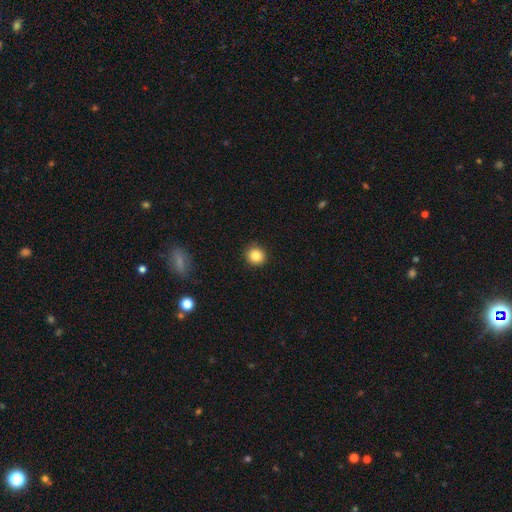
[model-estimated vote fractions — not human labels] Smooth or featured: smooth — 86% (star or artifact — 10%)
How rounded: round — 90% (in between — 9%)
Merging: none — 91% (minor disturbance — 6%)